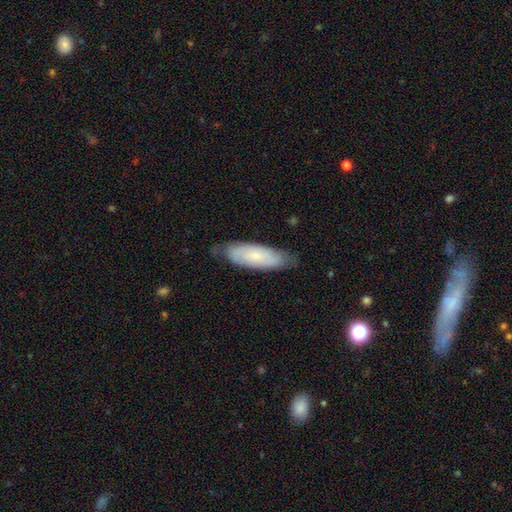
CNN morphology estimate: Smooth or featured: smooth — 57% (featured or disk — 36%)
How rounded: in between — 60% (cigar-shaped — 39%)
Merging: none — 72% (minor disturbance — 23%)